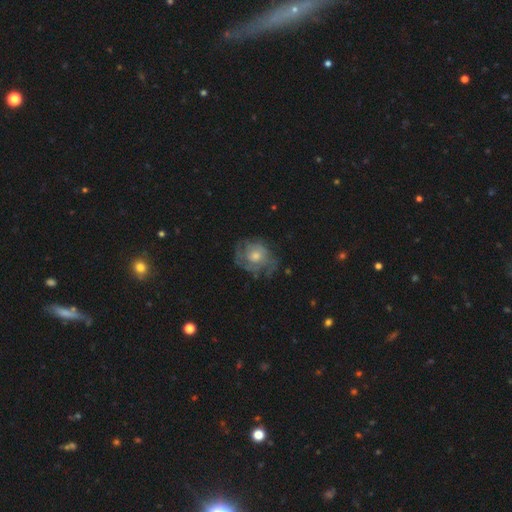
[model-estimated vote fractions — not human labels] Morphology: type=featured or disk (65%); edge-on=no (97%); bar=no (82%); spiral arms=yes (73%); bulge=moderate (58%); merging=none (61%).